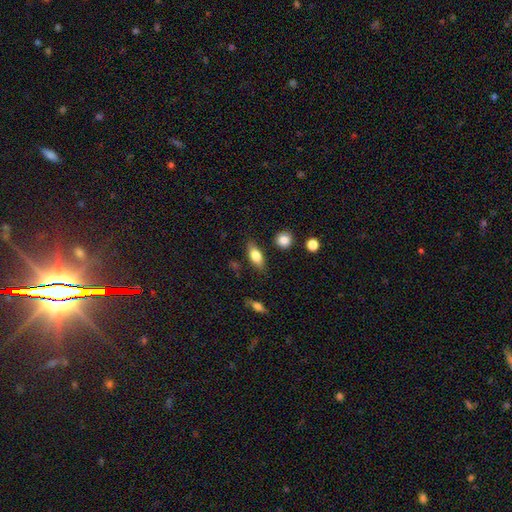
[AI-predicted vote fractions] Smooth or featured: smooth — 75% (featured or disk — 18%)
How rounded: in between — 77% (cigar-shaped — 16%)
Merging: none — 80% (minor disturbance — 13%)